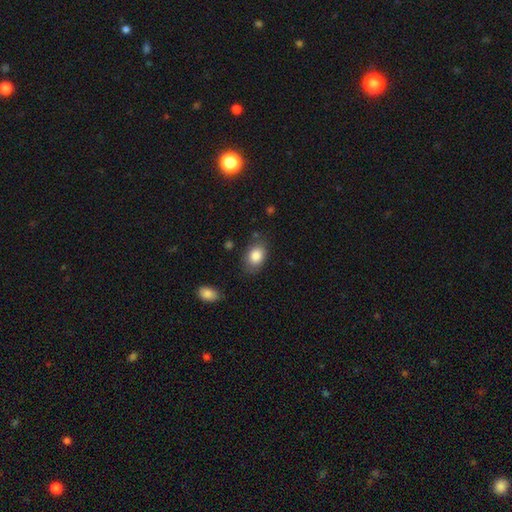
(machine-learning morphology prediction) A smooth galaxy with no disk features (85%) that is in between round and cigar-shaped (79%).

Vote fractions:
- Smooth or featured? smooth: 85% / star or artifact: 8% / featured or disk: 7%
- How rounded? in between: 79% / round: 20% / cigar-shaped: 1%
- Merging? none: 77% / minor disturbance: 16% / major disturbance: 4% / merger: 3%